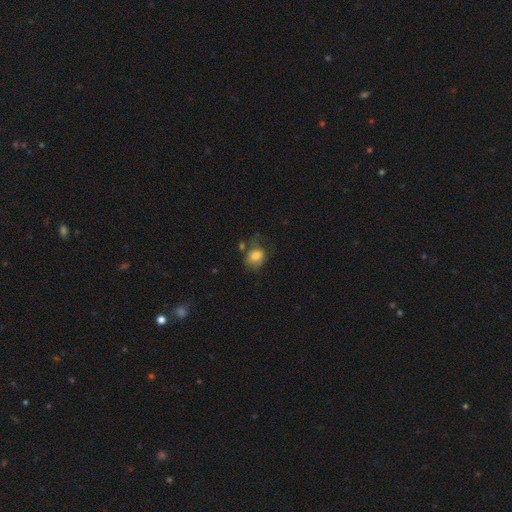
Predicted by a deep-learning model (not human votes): This appears to be a smooth galaxy with no disk features (76%) that is in between round and cigar-shaped (51%). Merging: none (50%).